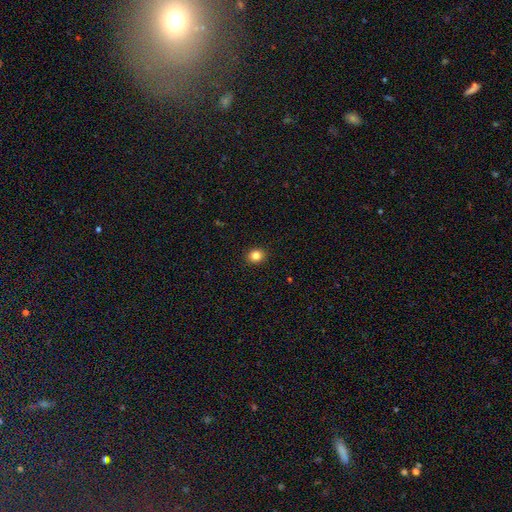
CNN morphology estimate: A smooth galaxy with no disk features (83%) that is round (74%). Merging: none (92%).